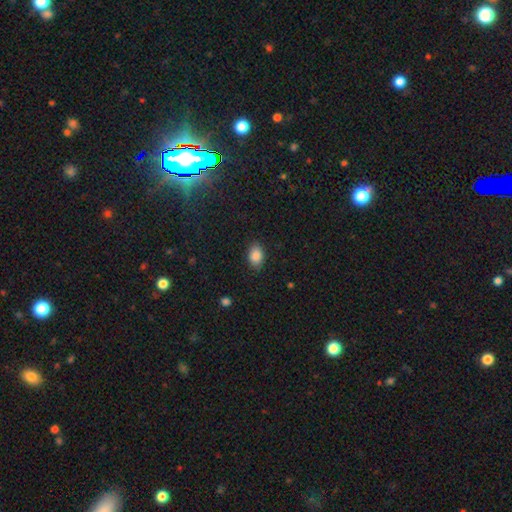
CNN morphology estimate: smooth 86%, star or artifact 9%, featured or disk 5%. Down the decision tree: how rounded — in between (81%); merging — none (85%).